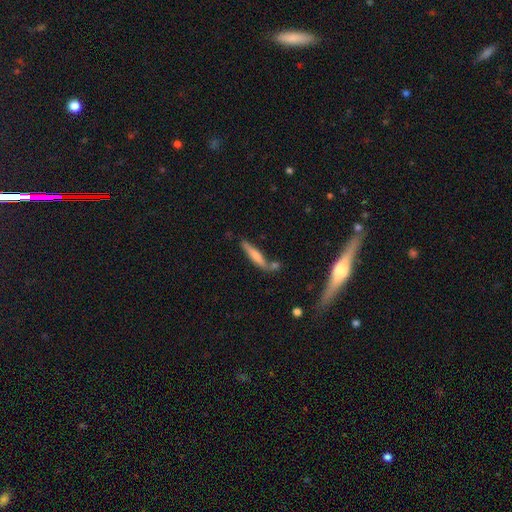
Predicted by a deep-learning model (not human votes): Smooth or featured? smooth (62%)
How rounded? cigar-shaped (88%)
Merging? none (59%)